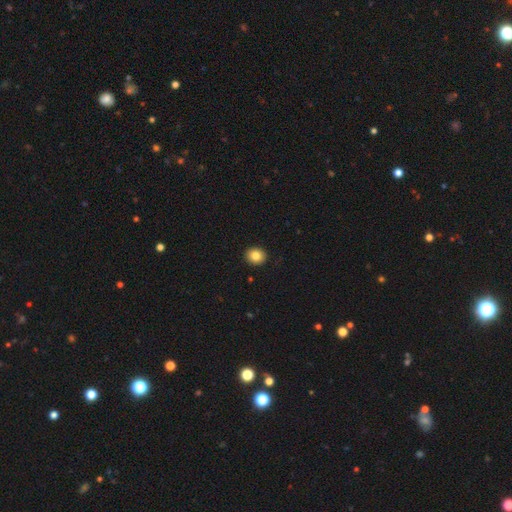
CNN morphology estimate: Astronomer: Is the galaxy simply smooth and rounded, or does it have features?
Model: smooth — 83%.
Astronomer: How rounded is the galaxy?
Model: round — 72%.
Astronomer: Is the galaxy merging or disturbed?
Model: none — 92%.